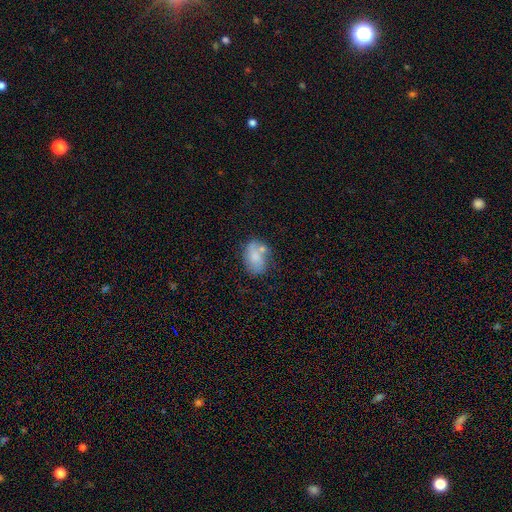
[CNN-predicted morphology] The model was most divided on "merging": none: 49%, minor disturbance: 22%, merger: 20%, major disturbance: 8%. More confident: how rounded — in between (80%); smooth or featured — smooth (68%).